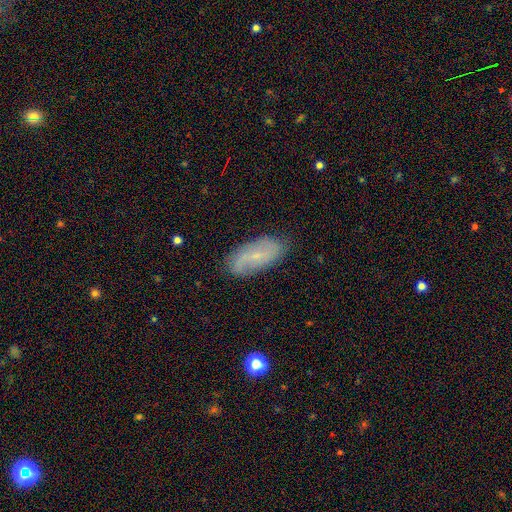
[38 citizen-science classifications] A featured or disk galaxy (58%) with a weak bar (57%), 2 (58%) medium (47%) spiral arms (90%) and a small central bulge (86%).

Vote fractions:
- Smooth or featured? featured or disk: 58% / smooth: 39% / star or artifact: 3%
- Edge-on disk? no: 95% / yes: 5%
- Bar? weak: 57% / no: 33% / strong: 10%
- Spiral arms? yes: 90% / no: 10%
- Spiral winding? medium: 47% / loose: 32% / tight: 21%
- Spiral arm count? 2: 58% / can't tell: 37% / 1: 5% / 3: 0% / 4: 0% / more than 4: 0%
- Bulge size? small: 86% / moderate: 10% / none: 5% / dominant: 0% / large: 0%
- Merging? none: 59% / minor disturbance: 30% / major disturbance: 8% / merger: 3%